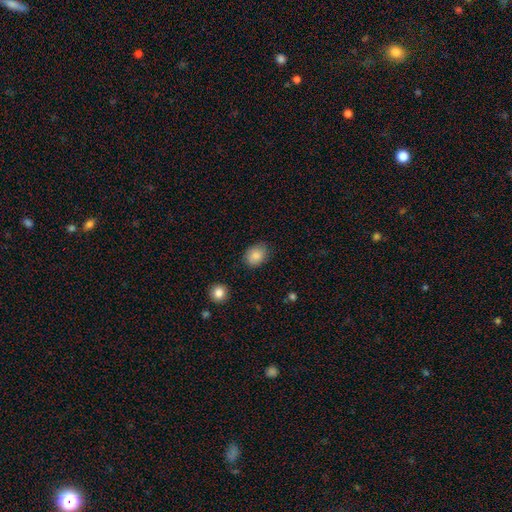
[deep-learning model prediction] Smooth or featured? Predicted: smooth (p=0.87). How rounded? Predicted: in between (p=0.56). Merging? Predicted: none (p=0.81).